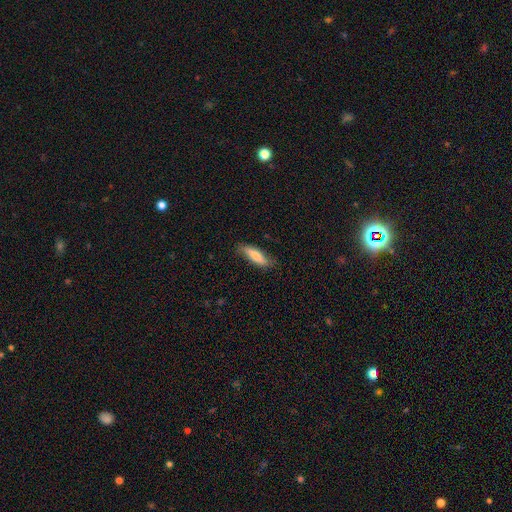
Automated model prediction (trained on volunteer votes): smooth_or_featured: smooth (p=0.69) [alt: featured or disk p=0.25]
how_rounded: cigar-shaped (p=0.52) [alt: in between p=0.46]
merging: none (p=0.72) [alt: minor disturbance p=0.22]